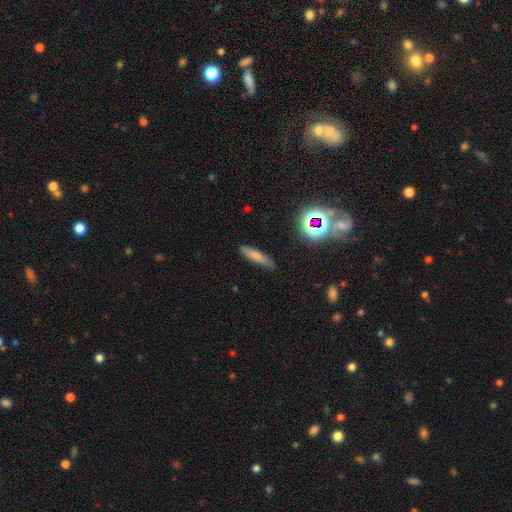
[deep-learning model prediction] Q: Smooth or featured?
A: smooth (71%); runner-up: featured or disk (16%)
Q: How rounded?
A: cigar-shaped (75%); runner-up: in between (22%)
Q: Merging?
A: none (77%); runner-up: minor disturbance (17%)